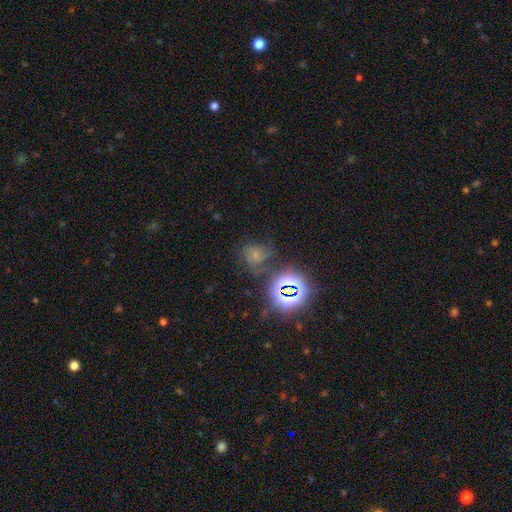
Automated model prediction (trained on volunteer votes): This is marginally a smooth galaxy (43%). Merging: possibly none (52%).